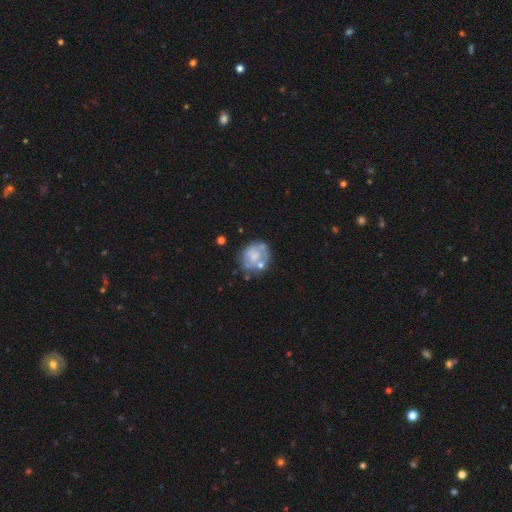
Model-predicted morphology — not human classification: featured or disk 46% (tied), smooth 46% (tied), star or artifact 8%. Down the decision tree: merging — none (52%).